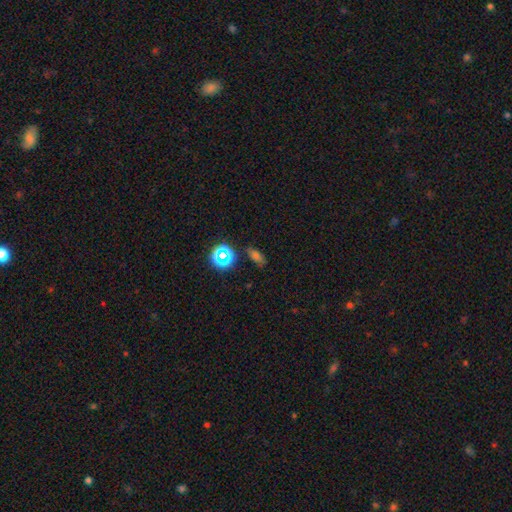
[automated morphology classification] Smooth or featured: smooth — 55% (star or artifact — 31%)
How rounded: in between — 66% (round — 23%)
Merging: none — 77% (minor disturbance — 14%)